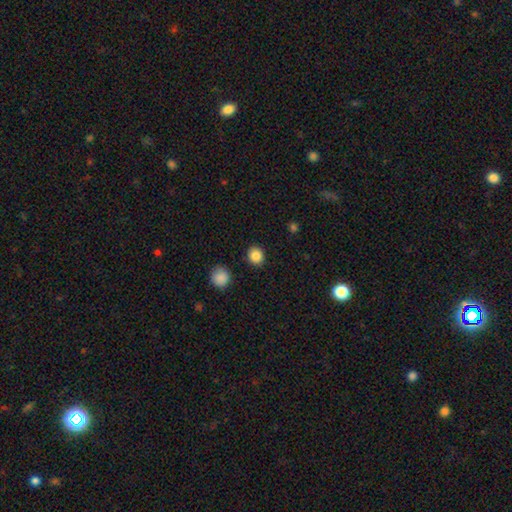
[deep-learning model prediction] A smooth galaxy with no disk features (85%) that is round (84%). Merging: none (90%).